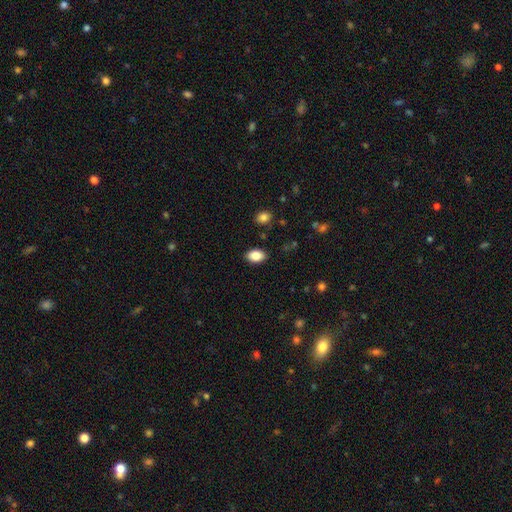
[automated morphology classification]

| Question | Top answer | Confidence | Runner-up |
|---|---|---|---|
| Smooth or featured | smooth | 86% | star or artifact (8%) |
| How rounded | in between | 88% | round (11%) |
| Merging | none | 87% | minor disturbance (9%) |